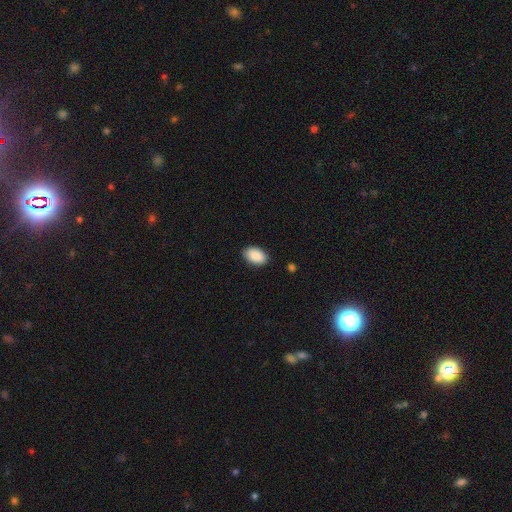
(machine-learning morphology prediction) Smooth or featured? smooth (90%)
How rounded? in between (92%)
Merging? none (87%)